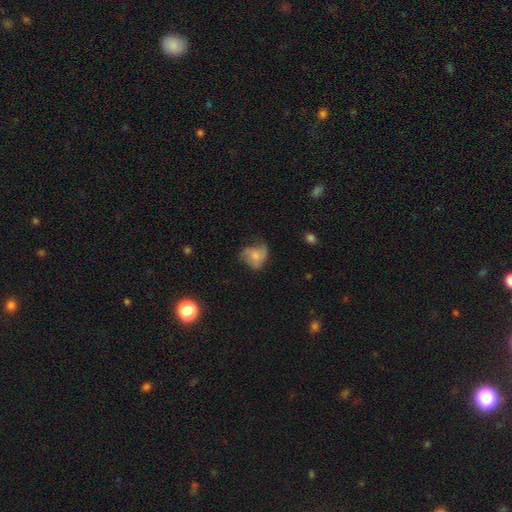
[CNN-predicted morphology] type=smooth (55%); roundness=round (51%); merging=none (41%).